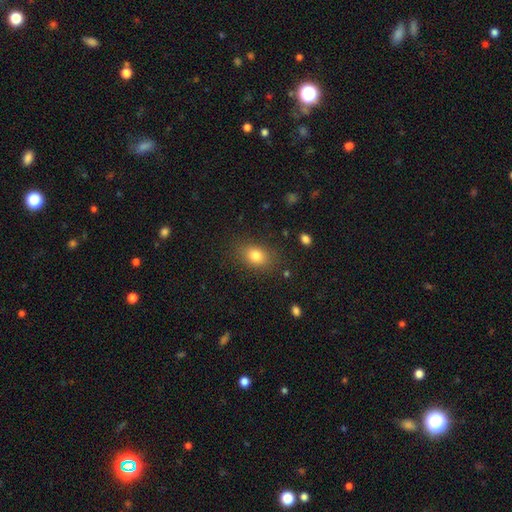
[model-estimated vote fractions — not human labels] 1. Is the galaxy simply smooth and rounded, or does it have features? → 81% smooth, 10% star or artifact, 9% featured or disk.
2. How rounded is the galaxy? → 73% in between, 26% round, 2% cigar-shaped.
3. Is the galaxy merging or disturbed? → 83% none, 12% minor disturbance, 4% major disturbance, 1% merger.